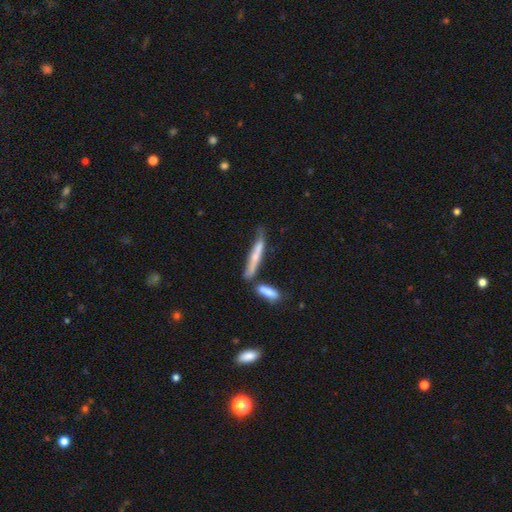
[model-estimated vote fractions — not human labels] smooth 49%, featured or disk 44%, star or artifact 7%. Down the decision tree: merging — none (47%).